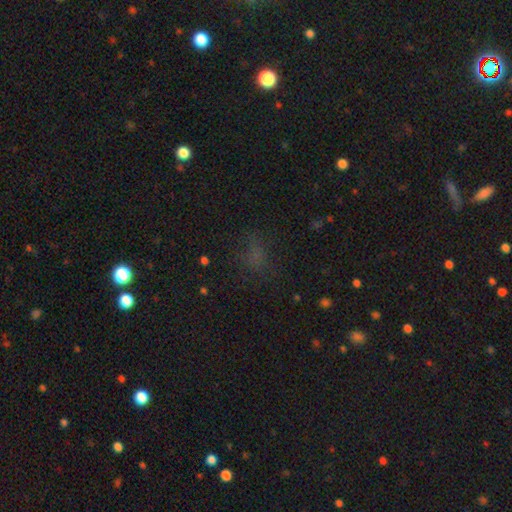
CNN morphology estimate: Q: Smooth or featured?
A: smooth (53%); runner-up: star or artifact (34%)
Q: How rounded?
A: in between (55%); runner-up: round (41%)
Q: Merging?
A: none (63%); runner-up: minor disturbance (19%)